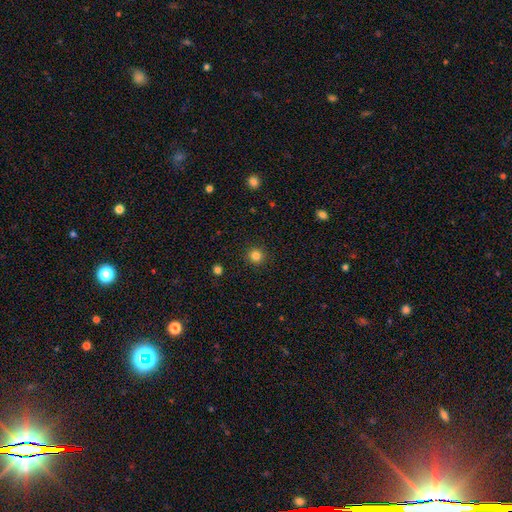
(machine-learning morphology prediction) This appears to be a smooth galaxy with no disk features (83%) that is round (94%). Merging: none (91%).